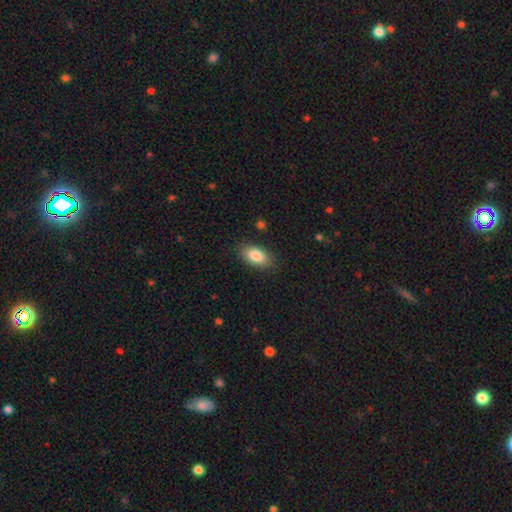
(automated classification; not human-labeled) Smooth or featured?
  - smooth: 85% *
  - featured or disk: 8%
  - star or artifact: 7%
How rounded?
  - in between: 91% *
  - round: 6%
  - cigar-shaped: 3%
Merging?
  - none: 86% *
  - minor disturbance: 10%
  - major disturbance: 3%
  - merger: 1%